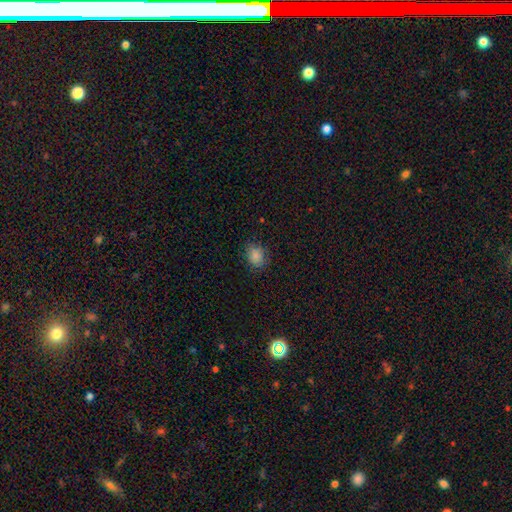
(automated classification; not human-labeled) Smooth or featured: smooth — 84% (star or artifact — 11%)
How rounded: round — 60% (in between — 39%)
Merging: none — 80% (minor disturbance — 14%)